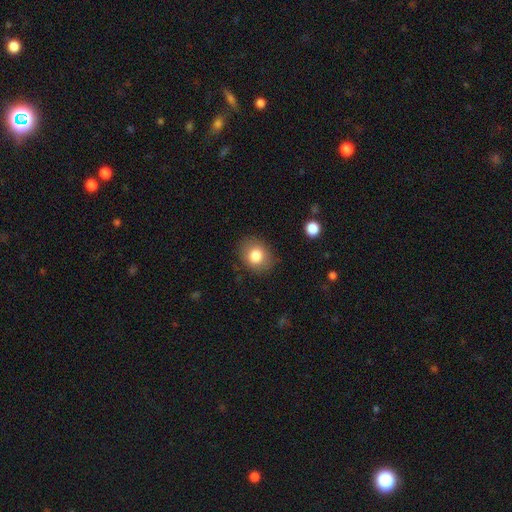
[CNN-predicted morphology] Smooth or featured? smooth (81%)
How rounded? round (58%)
Merging? none (81%)